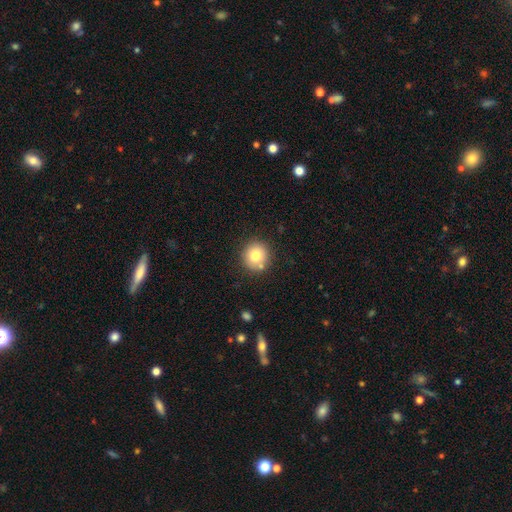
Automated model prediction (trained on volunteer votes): The model was most divided on "smooth or featured": smooth: 78%, featured or disk: 11%, star or artifact: 10%. More confident: how rounded — round (90%); merging — none (81%).